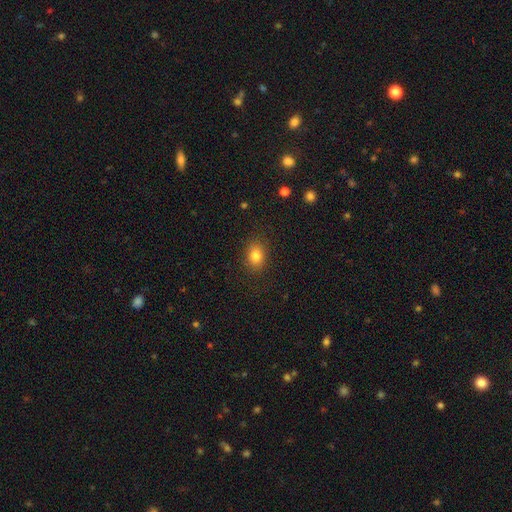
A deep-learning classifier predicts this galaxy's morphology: A smooth galaxy with no disk features (82%) that is in between round and cigar-shaped (59%).

Vote fractions:
- Smooth or featured? smooth: 82% / star or artifact: 11% / featured or disk: 7%
- How rounded? in between: 59% / round: 39% / cigar-shaped: 1%
- Merging? none: 86% / minor disturbance: 10% / major disturbance: 3% / merger: 1%